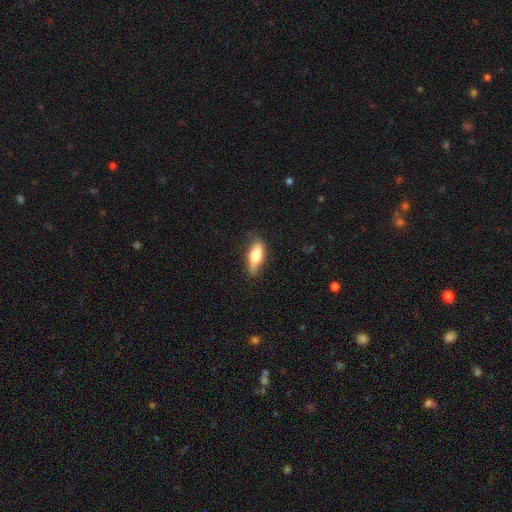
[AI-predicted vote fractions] A smooth galaxy with no disk features (65%) that is in between round and cigar-shaped (68%). Merging: none (72%).